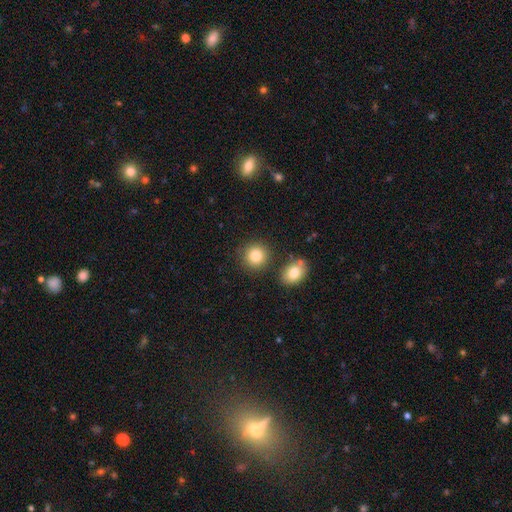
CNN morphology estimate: type=smooth (83%); roundness=round (88%); merging=none (81%).